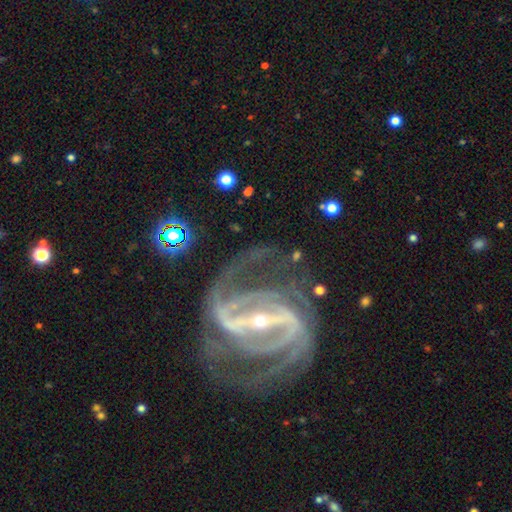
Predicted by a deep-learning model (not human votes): This is clearly a featured or disk galaxy (93%). It is clearly not viewed edge-on (96%). Bar: clearly strong (85%). Spiral arm pattern: clearly yes (98%). Spiral arm count: likely 2 (64%). Spiral winding: possibly medium (53%). Central bulge: likely small (78%). Merging: likely none (67%).